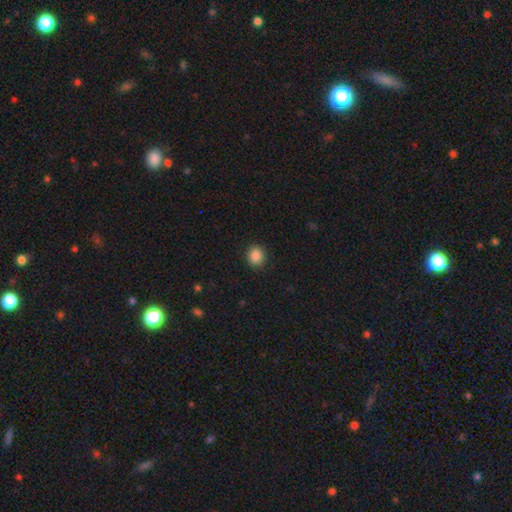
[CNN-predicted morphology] Smooth or featured? Predicted: smooth (p=0.87). How rounded? Predicted: round (p=0.72). Merging? Predicted: none (p=0.91).